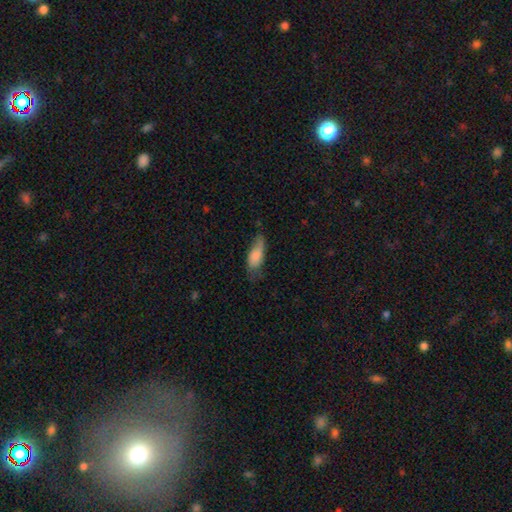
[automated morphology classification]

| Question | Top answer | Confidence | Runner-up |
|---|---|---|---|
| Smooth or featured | smooth | 72% | featured or disk (22%) |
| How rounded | in between | 77% | cigar-shaped (20%) |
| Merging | none | 48% | minor disturbance (35%) |